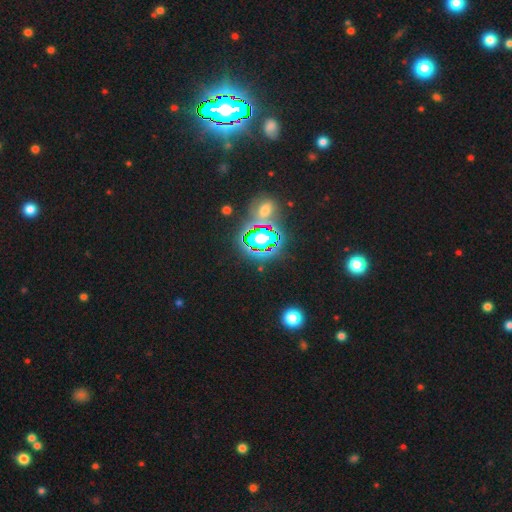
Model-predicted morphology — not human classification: star or artifact 83%, smooth 11%, featured or disk 7%.